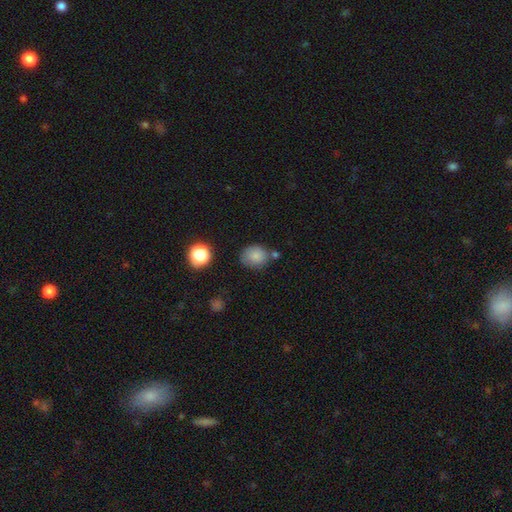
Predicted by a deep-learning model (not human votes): This is clearly a smooth galaxy (83%). How rounded: likely round (68%). Merging: likely none (68%).